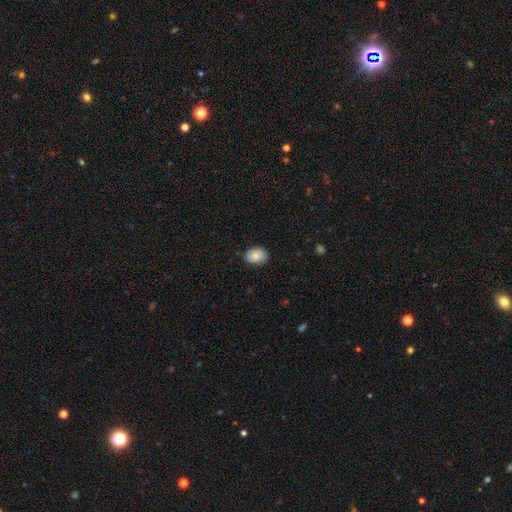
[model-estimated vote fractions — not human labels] This is clearly a smooth galaxy (88%). How rounded: likely in between (69%). Merging: clearly none (83%).